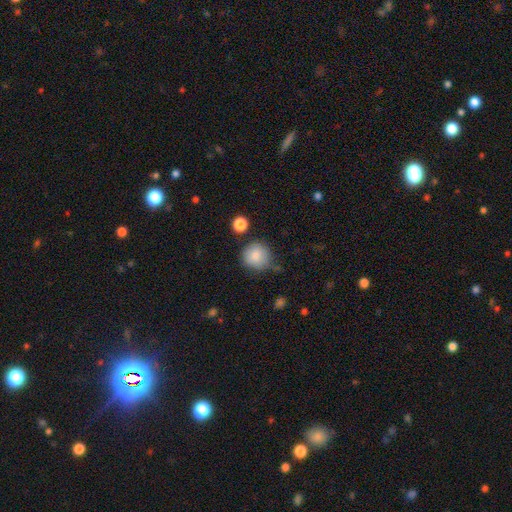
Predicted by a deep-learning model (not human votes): smooth_or_featured: smooth (p=0.84) [alt: star or artifact p=0.09]
how_rounded: round (p=0.92) [alt: in between p=0.07]
merging: none (p=0.67) [alt: minor disturbance p=0.21]